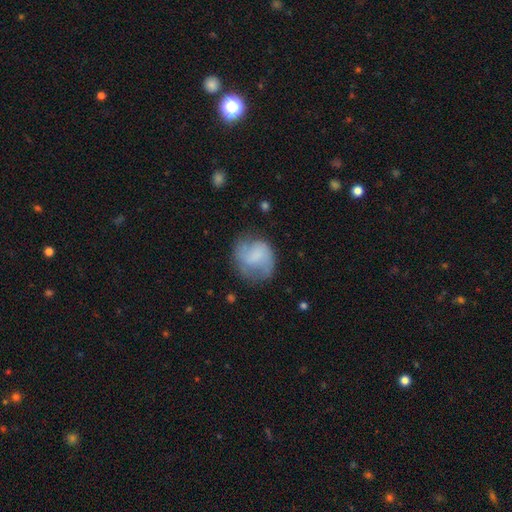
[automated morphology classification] Smooth or featured? Predicted: smooth (p=0.50). How rounded? Predicted: round (p=0.72). Merging? Predicted: none (p=0.56).